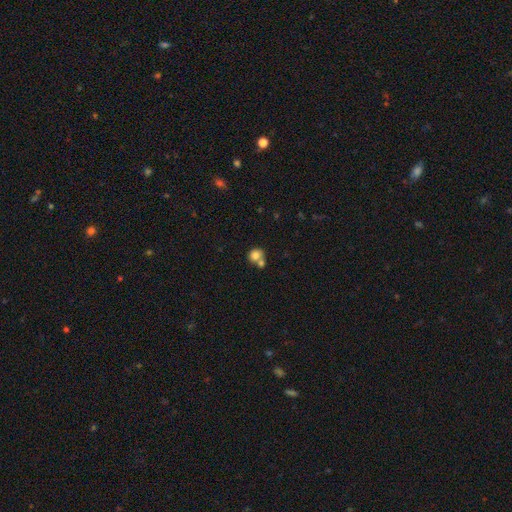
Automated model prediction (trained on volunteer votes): Smooth or featured? Predicted: smooth (p=0.79). How rounded? Predicted: round (p=0.78). Merging? Predicted: merger (p=0.45).